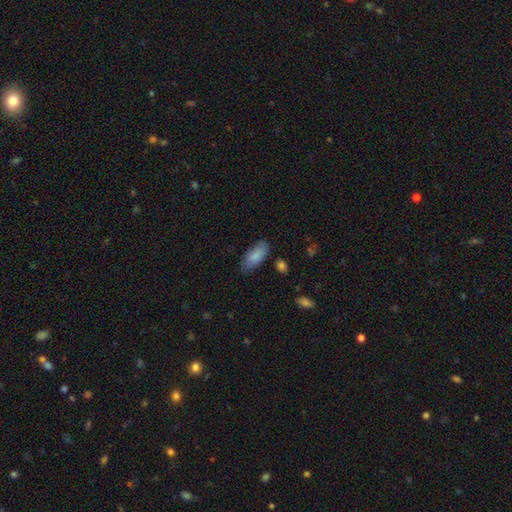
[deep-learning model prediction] Overall: smooth (85%). How rounded: in between (89%). Merging: none (75%).